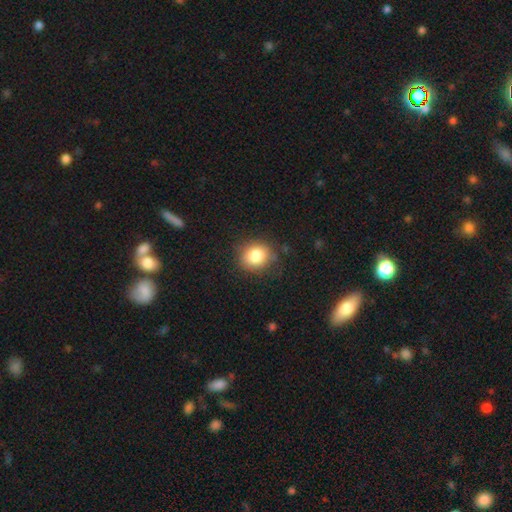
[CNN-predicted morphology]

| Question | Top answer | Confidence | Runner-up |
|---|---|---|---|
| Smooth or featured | smooth | 83% | star or artifact (9%) |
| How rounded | round | 76% | in between (23%) |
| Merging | none | 81% | minor disturbance (14%) |